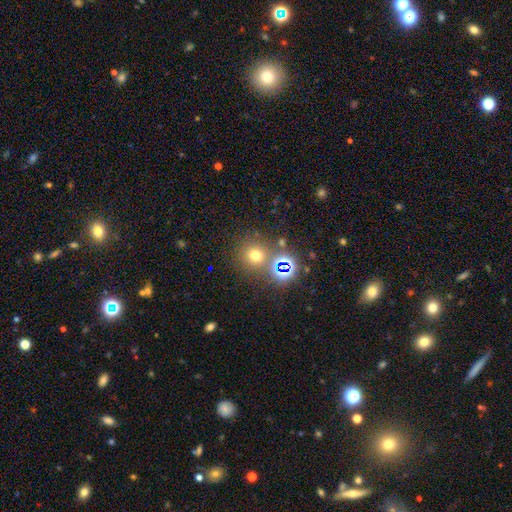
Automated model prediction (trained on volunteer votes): smooth-or-featured: smooth: 61% | star or artifact: 30% | featured or disk: 8%
  how-rounded: round: 90% | in between: 9% | cigar-shaped: 1%
  merging: none: 75% | merger: 13% | minor disturbance: 8% | major disturbance: 4%